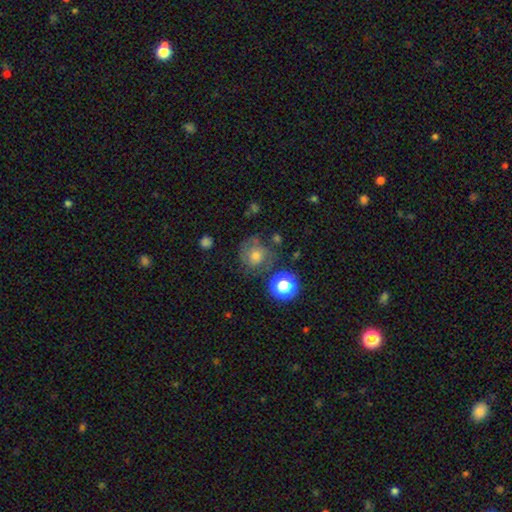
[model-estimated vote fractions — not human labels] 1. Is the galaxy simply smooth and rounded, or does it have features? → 54% smooth, 30% featured or disk, 16% star or artifact.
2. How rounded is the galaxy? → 85% round, 14% in between, 1% cigar-shaped.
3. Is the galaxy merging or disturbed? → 63% none, 20% minor disturbance, 11% major disturbance, 6% merger.